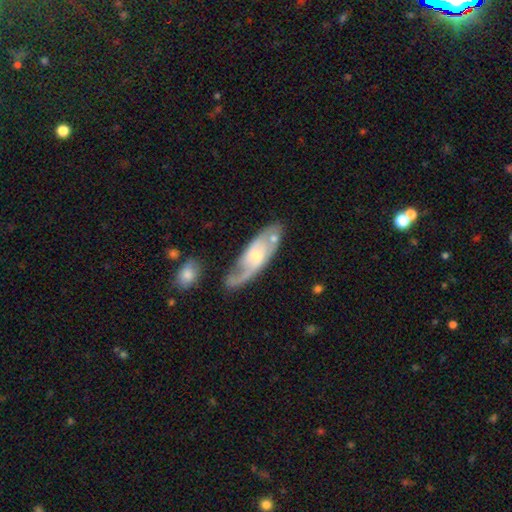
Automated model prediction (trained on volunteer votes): Overall: featured or disk (72%). Edge-on disk: no (83%). Bar: no (61%; weak 33%). Spiral arms: yes (82%). Bulge size: moderate (49%; small 46%). Merging: none (55%; minor disturbance 22%).